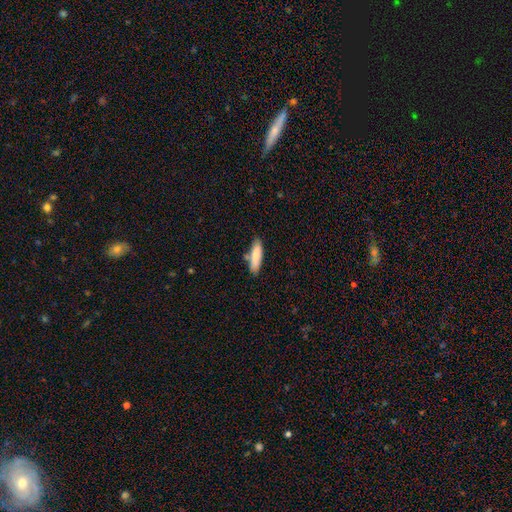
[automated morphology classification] Smooth or featured: smooth — 85% (featured or disk — 9%)
How rounded: cigar-shaped — 58% (in between — 40%)
Merging: none — 73% (minor disturbance — 17%)